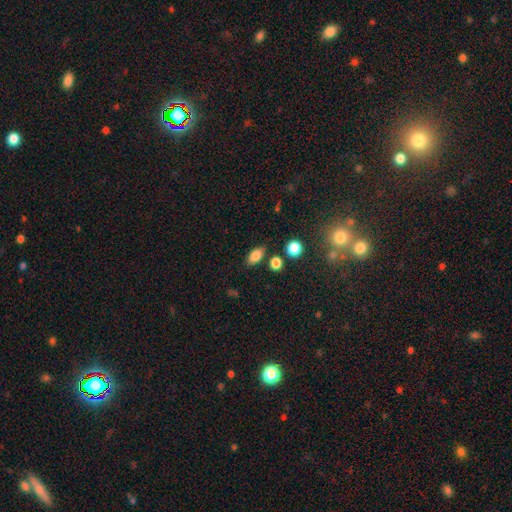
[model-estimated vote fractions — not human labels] Q: Smooth or featured?
A: smooth (83%); runner-up: star or artifact (10%)
Q: How rounded?
A: in between (86%); runner-up: round (10%)
Q: Merging?
A: none (80%); runner-up: minor disturbance (12%)